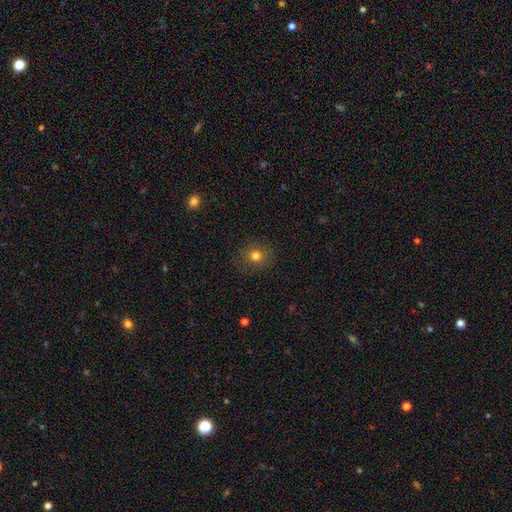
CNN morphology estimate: Smooth or featured: smooth — 77% (star or artifact — 14%)
How rounded: round — 79% (in between — 20%)
Merging: none — 86% (minor disturbance — 9%)